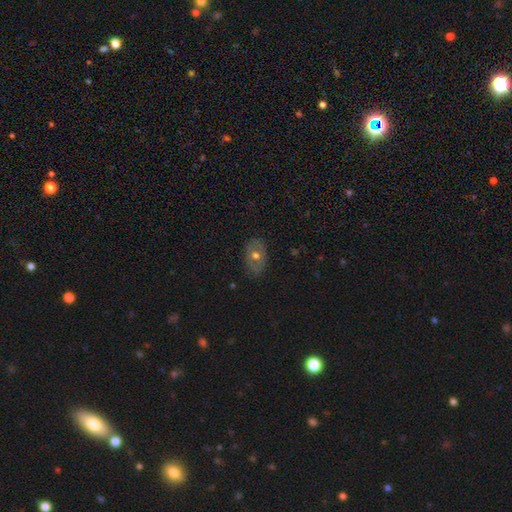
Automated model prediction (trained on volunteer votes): smooth_or_featured: featured or disk (p=0.46) [tied with: smooth p=0.46]
merging: none (p=0.81) [alt: minor disturbance p=0.15]